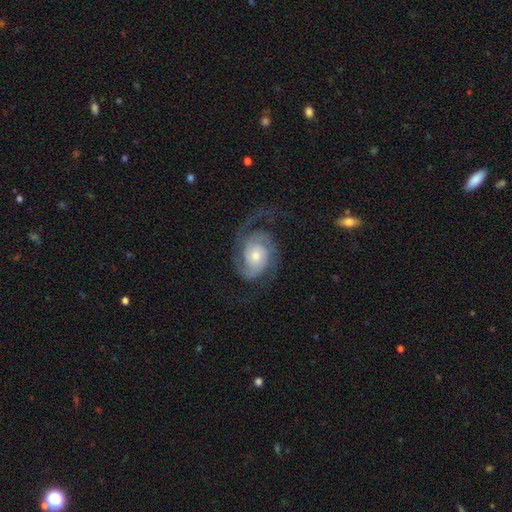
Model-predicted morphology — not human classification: smooth-or-featured: featured or disk: 87% | smooth: 8% | star or artifact: 5%
  disk-edge-on: no: 97% | yes: 3%
    bar: no: 70% | weak: 25% | strong: 5%
    has-spiral-arms: yes: 97% | no: 3%
      spiral-winding: medium: 42% | tight: 41% | loose: 17%
      spiral-arm-count: 2: 69% | 3: 12% | can't tell: 9% | 1: 5% | 4: 3% | more than 4: 3%
    bulge-size: moderate: 51% | small: 38% | large: 8% | none: 2% | dominant: 2%
  merging: none: 63% | major disturbance: 20% | minor disturbance: 16% | merger: 1%